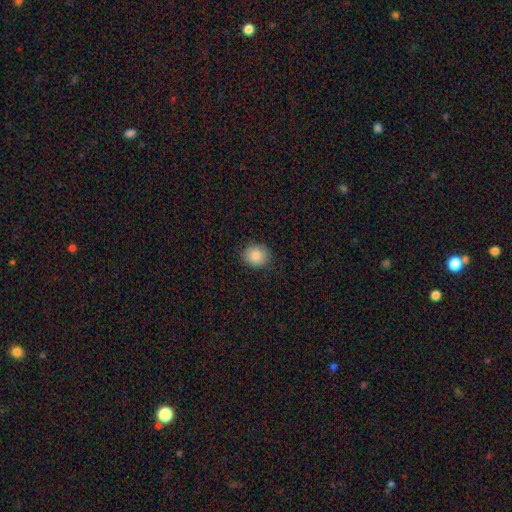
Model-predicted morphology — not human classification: type=smooth (87%); roundness=round (73%); merging=none (88%).